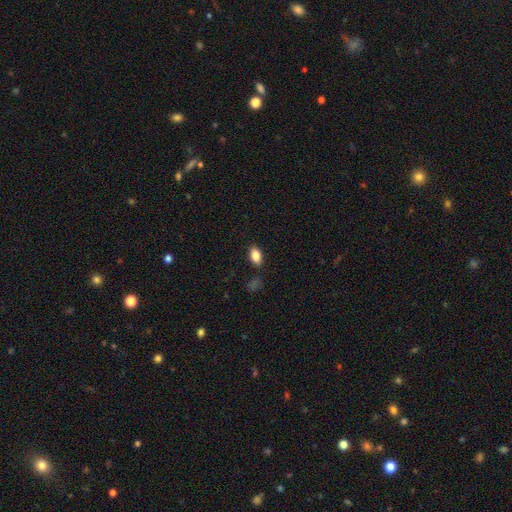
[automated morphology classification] A smooth galaxy with no disk features (84%) that is in between round and cigar-shaped (90%). Merging: none (84%).